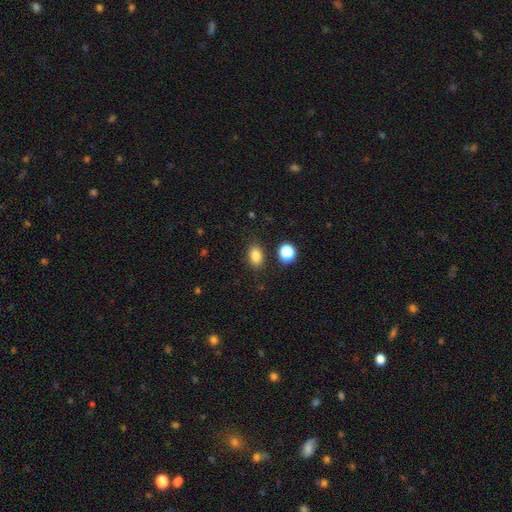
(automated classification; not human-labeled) Smooth or featured?
  - smooth: 83% *
  - star or artifact: 12%
  - featured or disk: 6%
How rounded?
  - in between: 79% *
  - round: 19%
  - cigar-shaped: 2%
Merging?
  - none: 83% *
  - minor disturbance: 10%
  - merger: 4%
  - major disturbance: 3%